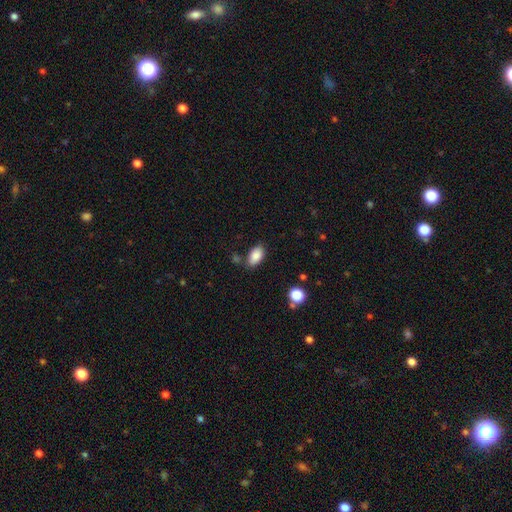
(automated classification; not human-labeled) A smooth galaxy with no disk features (87%) that is in between round and cigar-shaped (93%).

Vote fractions:
- Smooth or featured? smooth: 87% / star or artifact: 8% / featured or disk: 5%
- How rounded? in between: 93% / round: 5% / cigar-shaped: 2%
- Merging? none: 77% / minor disturbance: 15% / merger: 5% / major disturbance: 3%